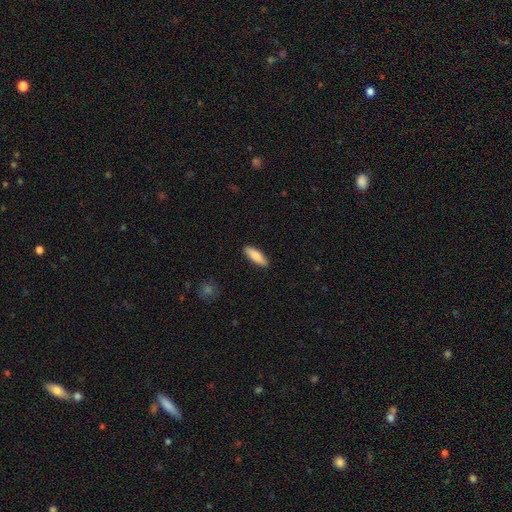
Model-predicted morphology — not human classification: Overall: smooth (85%). How rounded: in between (52%; cigar-shaped 46%). Merging: none (89%).